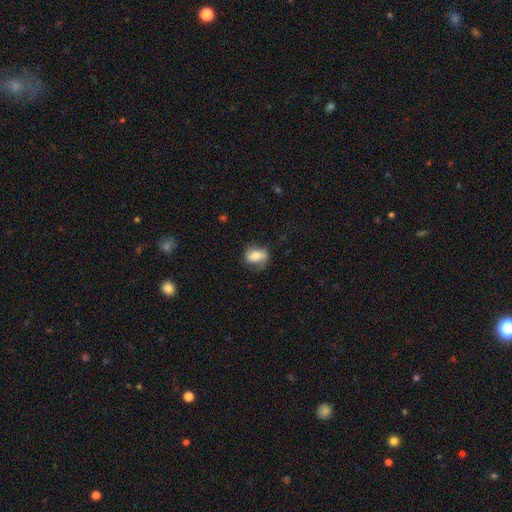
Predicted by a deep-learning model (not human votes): This is likely a smooth galaxy (62%). How rounded: likely in between (72%). Merging: possibly none (57%).